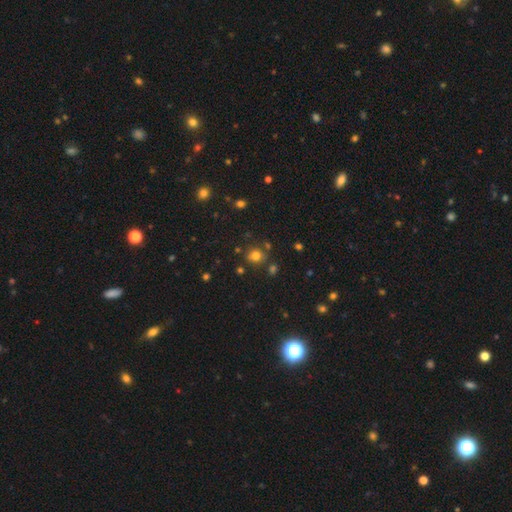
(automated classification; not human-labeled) A smooth galaxy with no disk features (75%) that is round (78%). Merging: none (77%).